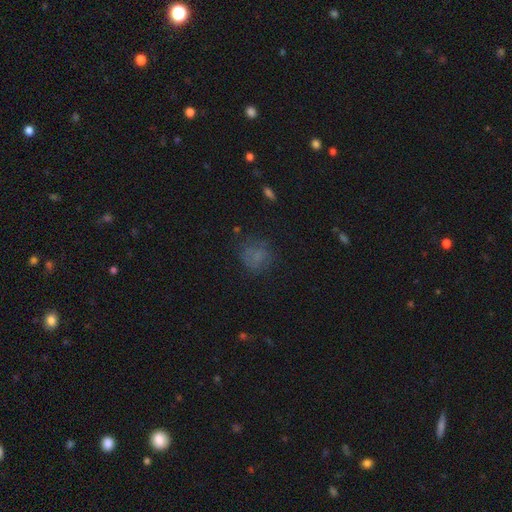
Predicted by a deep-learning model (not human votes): smooth_or_featured: smooth (p=0.58) [alt: featured or disk p=0.21]
how_rounded: round (p=0.75) [alt: in between p=0.24]
merging: none (p=0.64) [alt: minor disturbance p=0.20]